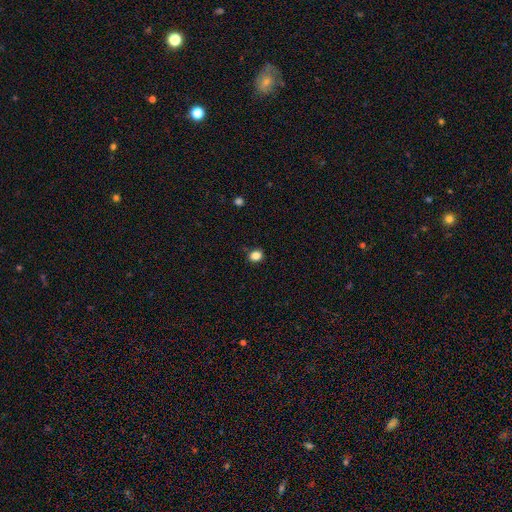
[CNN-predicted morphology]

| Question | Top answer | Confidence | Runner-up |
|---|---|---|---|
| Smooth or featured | smooth | 85% | star or artifact (11%) |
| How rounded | round | 62% | in between (37%) |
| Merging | none | 86% | minor disturbance (10%) |